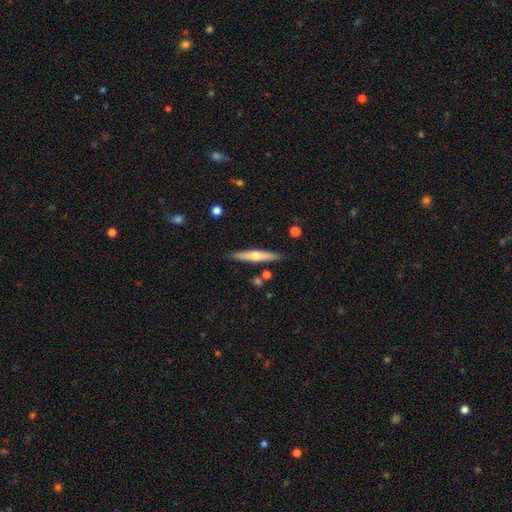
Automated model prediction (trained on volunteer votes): smooth_or_featured: featured or disk (p=0.51) [alt: smooth p=0.43]
disk_edge_on: yes (p=0.94) [alt: no p=0.06]
merging: none (p=0.87) [alt: minor disturbance p=0.08]